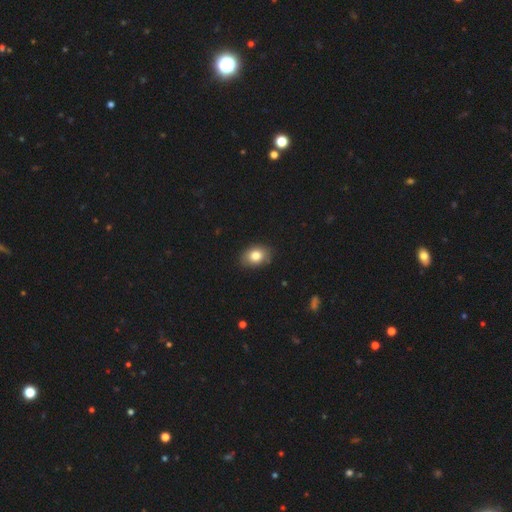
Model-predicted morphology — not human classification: A smooth galaxy with no disk features (81%) that is in between round and cigar-shaped (73%). Merging: none (81%).